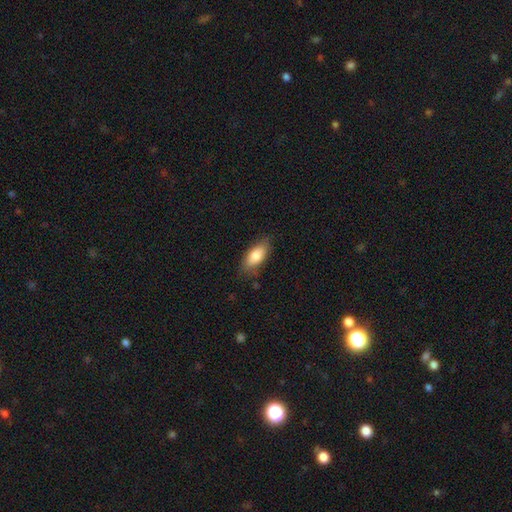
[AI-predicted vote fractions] A smooth galaxy with no disk features (80%) that is in between round and cigar-shaped (84%).

Vote fractions:
- Smooth or featured? smooth: 80% / featured or disk: 13% / star or artifact: 7%
- How rounded? in between: 84% / cigar-shaped: 14% / round: 3%
- Merging? none: 77% / minor disturbance: 18% / major disturbance: 3% / merger: 1%